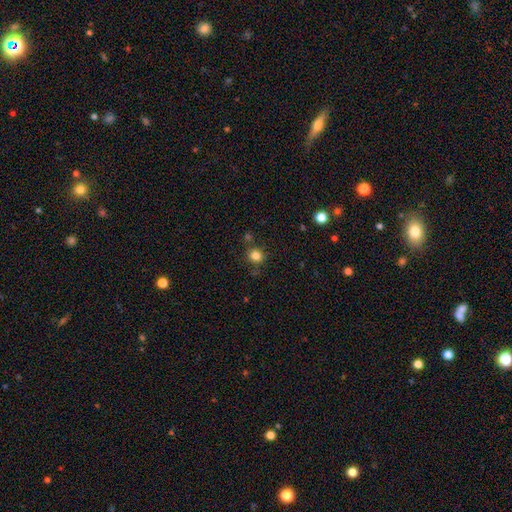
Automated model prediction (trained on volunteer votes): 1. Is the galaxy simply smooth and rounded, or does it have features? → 82% smooth, 13% star or artifact, 5% featured or disk.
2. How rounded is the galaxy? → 84% round, 15% in between, 1% cigar-shaped.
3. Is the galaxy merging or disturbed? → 79% none, 11% minor disturbance, 7% merger, 3% major disturbance.